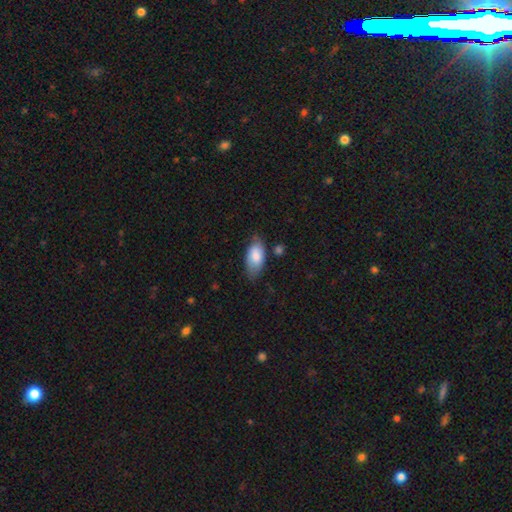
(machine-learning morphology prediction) smooth-or-featured: smooth: 81% | featured or disk: 13% | star or artifact: 6%
  how-rounded: in between: 91% | cigar-shaped: 6% | round: 3%
  merging: none: 67% | minor disturbance: 25% | major disturbance: 5% | merger: 3%